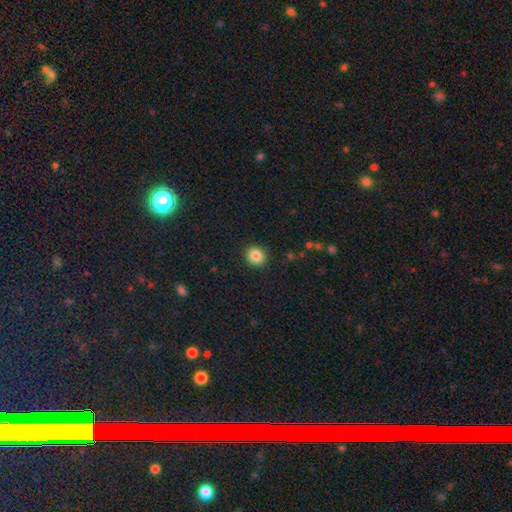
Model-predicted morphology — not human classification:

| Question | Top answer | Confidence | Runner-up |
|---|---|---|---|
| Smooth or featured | smooth | 85% | star or artifact (10%) |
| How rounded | round | 85% | in between (14%) |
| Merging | none | 91% | minor disturbance (6%) |